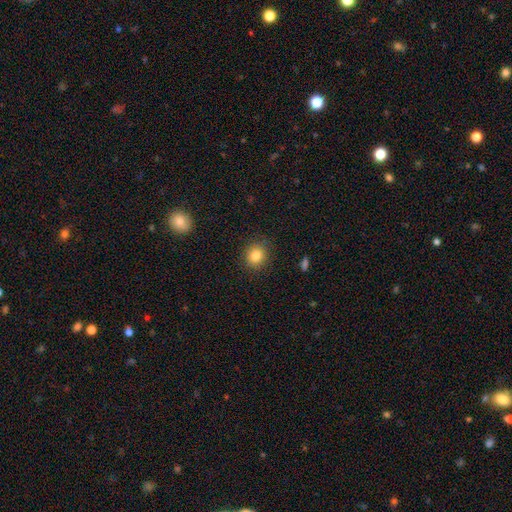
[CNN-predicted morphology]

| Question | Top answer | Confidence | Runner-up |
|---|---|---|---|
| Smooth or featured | smooth | 83% | star or artifact (10%) |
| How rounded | round | 76% | in between (23%) |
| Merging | none | 87% | minor disturbance (9%) |